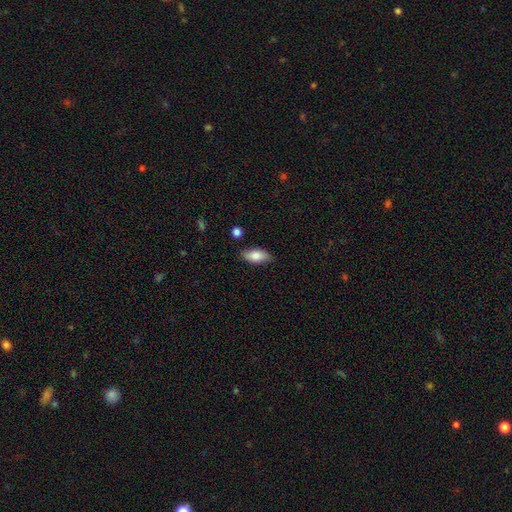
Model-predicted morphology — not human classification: Q: Smooth or featured?
A: smooth (80%); runner-up: featured or disk (14%)
Q: How rounded?
A: in between (87%); runner-up: cigar-shaped (10%)
Q: Merging?
A: none (82%); runner-up: minor disturbance (14%)